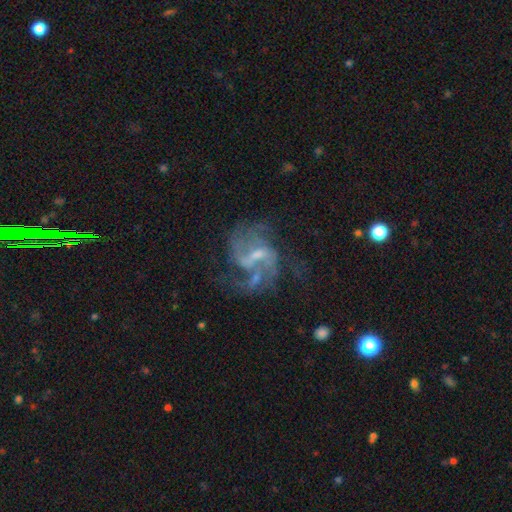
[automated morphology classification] Smooth or featured? Predicted: featured or disk (p=0.84). Edge-on disk? Predicted: no (p=0.98). Bar? Predicted: weak (p=0.56). Spiral arms? Predicted: yes (p=0.90). Spiral winding? Predicted: medium (p=0.45). Spiral arm count? Predicted: 2 (p=0.47). Bulge size? Predicted: small (p=0.48). Merging? Predicted: none (p=0.47).